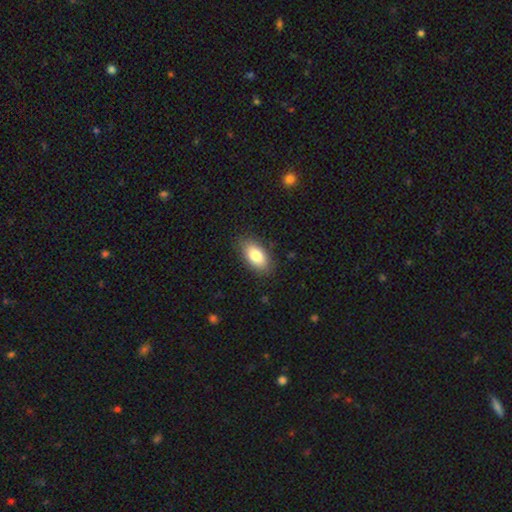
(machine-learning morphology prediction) Smooth or featured?
  - smooth: 82% *
  - featured or disk: 11%
  - star or artifact: 7%
How rounded?
  - in between: 92% *
  - cigar-shaped: 4%
  - round: 4%
Merging?
  - none: 85% *
  - minor disturbance: 11%
  - major disturbance: 3%
  - merger: 1%